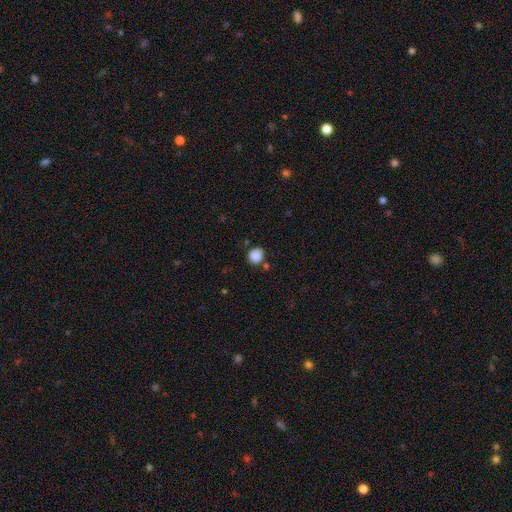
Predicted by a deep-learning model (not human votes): This appears to be a smooth galaxy with no disk features (87%) that is round (86%). Merging: none (79%).